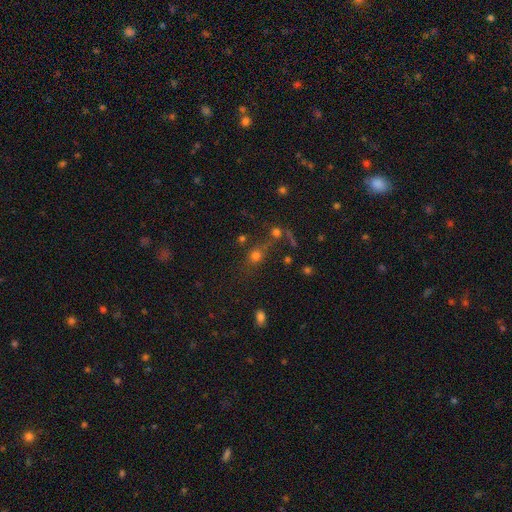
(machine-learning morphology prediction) Smooth or featured? Predicted: smooth (p=0.63). How rounded? Predicted: round (p=0.74). Merging? Predicted: none (p=0.59).